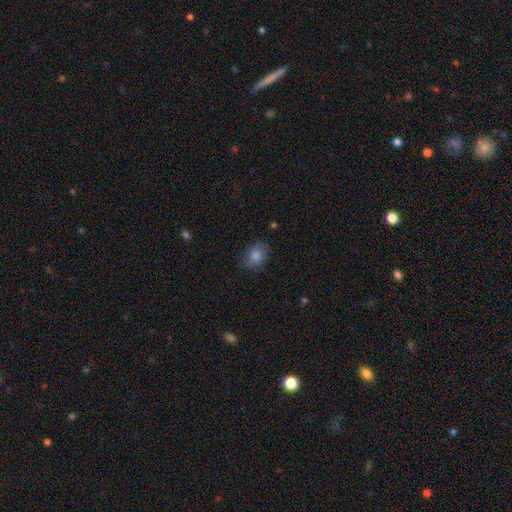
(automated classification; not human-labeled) This appears to be a smooth galaxy with no disk features (75%) that is in between round and cigar-shaped (59%). Merging: none (73%).